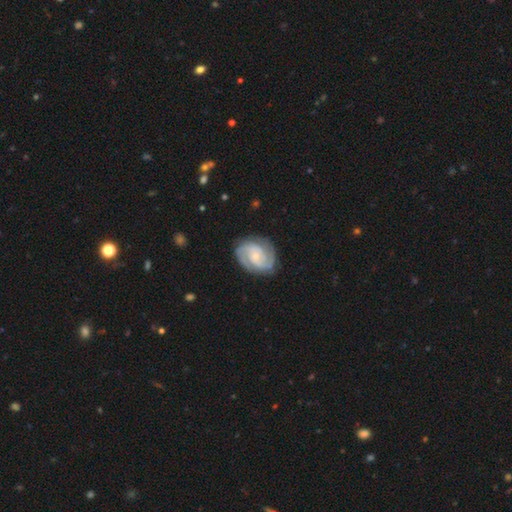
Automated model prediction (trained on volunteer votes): smooth-or-featured: featured or disk: 87% | smooth: 9% | star or artifact: 4%
  disk-edge-on: no: 98% | yes: 2%
    bar: no: 57% | weak: 35% | strong: 7%
    has-spiral-arms: yes: 97% | no: 3%
      spiral-winding: tight: 53% | medium: 39% | loose: 8%
      spiral-arm-count: 2: 64% | 3: 18% | can't tell: 9% | 4: 3% | 1: 3% | more than 4: 3%
    bulge-size: small: 69% | moderate: 24% | none: 4% | large: 2% | dominant: 1%
  merging: none: 80% | minor disturbance: 14% | major disturbance: 4% | merger: 1%